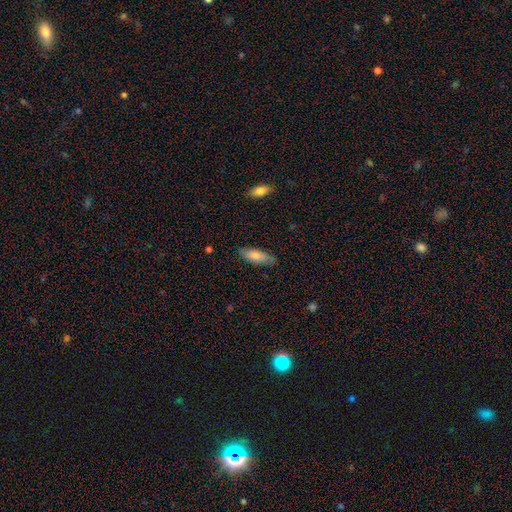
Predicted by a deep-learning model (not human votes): This is likely a smooth galaxy (77%). How rounded: likely in between (70%). Merging: likely none (79%).